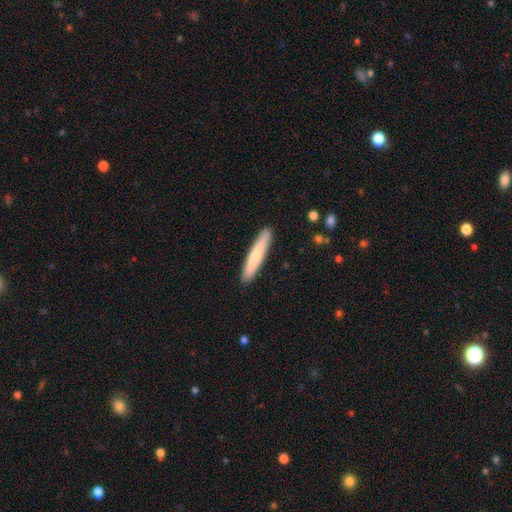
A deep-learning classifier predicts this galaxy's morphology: Overall: smooth (73%). How rounded: cigar-shaped (93%). Merging: none (90%).